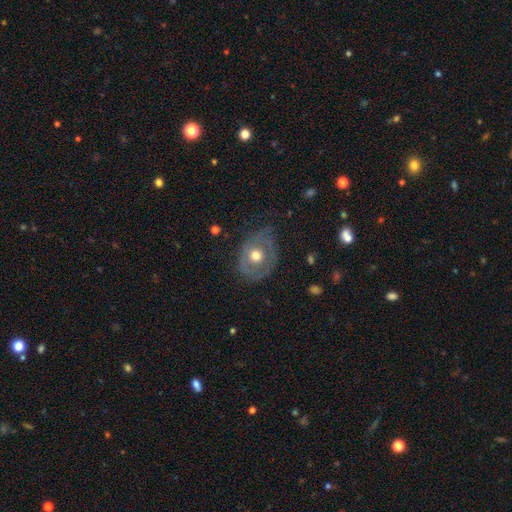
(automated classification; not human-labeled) smooth-or-featured: featured or disk: 51% | smooth: 41% | star or artifact: 8%
  disk-edge-on: no: 94% | yes: 6%
  merging: none: 55% | minor disturbance: 27% | major disturbance: 16% | merger: 2%